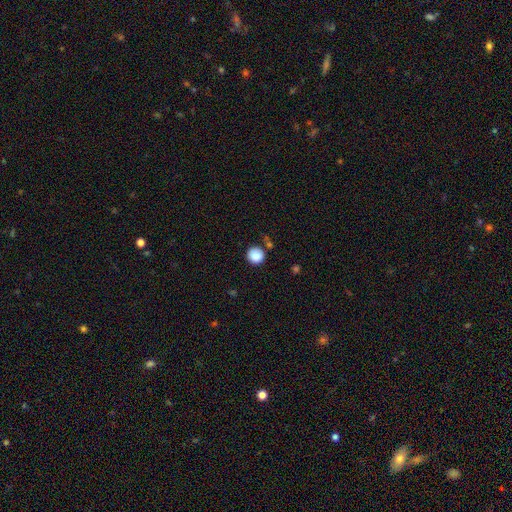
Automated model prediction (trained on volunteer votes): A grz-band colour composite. It shows a smooth galaxy with no disk features (88%) that is round (93%). Merging: none (83%).